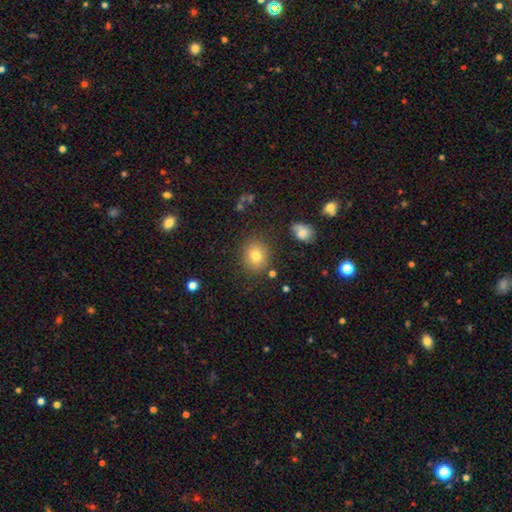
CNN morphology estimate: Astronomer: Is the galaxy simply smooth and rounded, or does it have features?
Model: smooth — 77%.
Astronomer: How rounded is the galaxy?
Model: round — 75%.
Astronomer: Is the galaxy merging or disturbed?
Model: none — 84%.